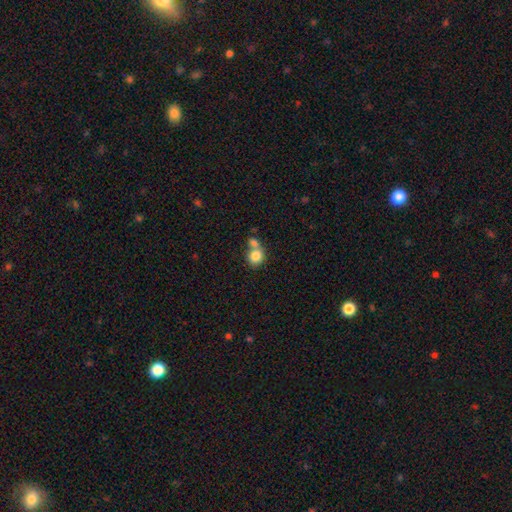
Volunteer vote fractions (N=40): smooth 85%, featured or disk 8%, star or artifact 8%. Down the decision tree: how rounded — round (79%); merging — merger (54%).